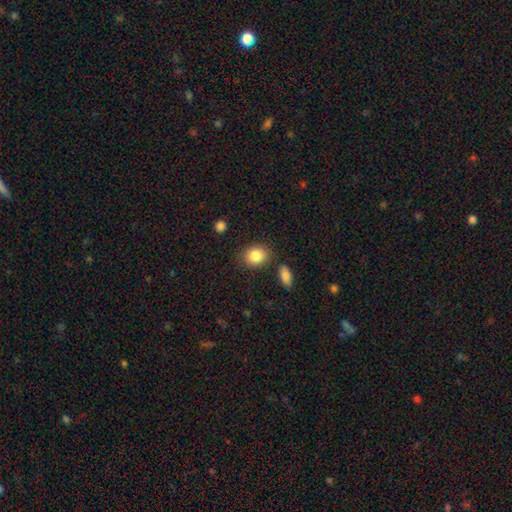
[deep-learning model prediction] A smooth galaxy with no disk features (86%) that is round (56%).

Vote fractions:
- Smooth or featured? smooth: 86% / star or artifact: 8% / featured or disk: 6%
- How rounded? round: 56% / in between: 43% / cigar-shaped: 1%
- Merging? none: 80% / minor disturbance: 11% / merger: 5% / major disturbance: 3%